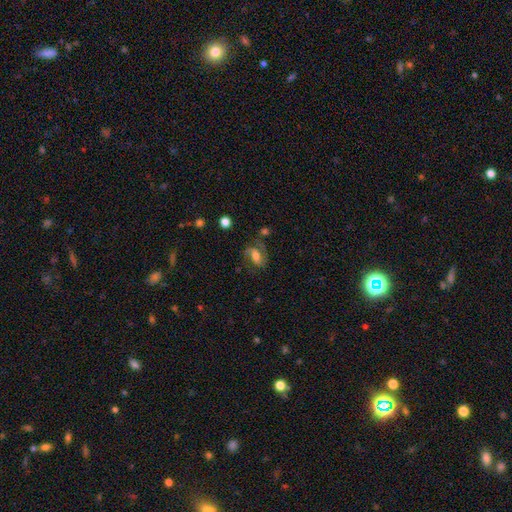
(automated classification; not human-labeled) featured or disk 68%, smooth 22%, star or artifact 10%. Down the decision tree: edge-on disk — no (96%); bar — weak (44%); spiral arms — yes (91%); spiral arm count — 2 (82%); spiral winding — medium (51%); bulge size — moderate (45%); merging — none (58%).